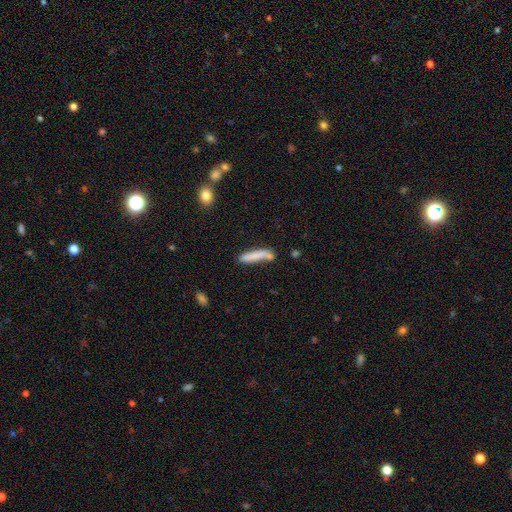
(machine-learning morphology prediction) A smooth galaxy with no disk features (78%) that is cigar-shaped (87%).

Vote fractions:
- Smooth or featured? smooth: 78% / featured or disk: 15% / star or artifact: 7%
- How rounded? cigar-shaped: 87% / in between: 12% / round: 2%
- Merging? none: 63% / minor disturbance: 18% / merger: 13% / major disturbance: 5%